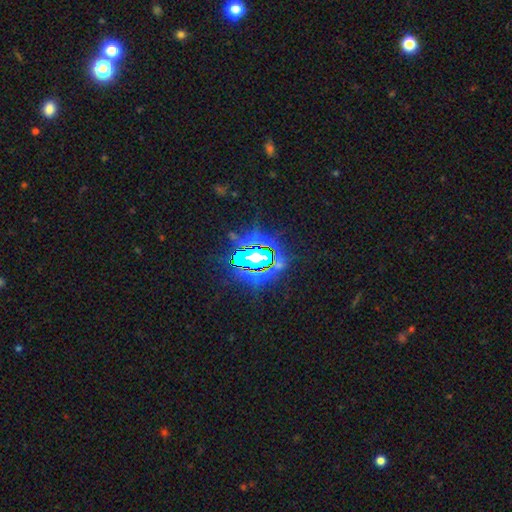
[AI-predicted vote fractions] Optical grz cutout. It shows a star or artifact, not a galaxy (76%).